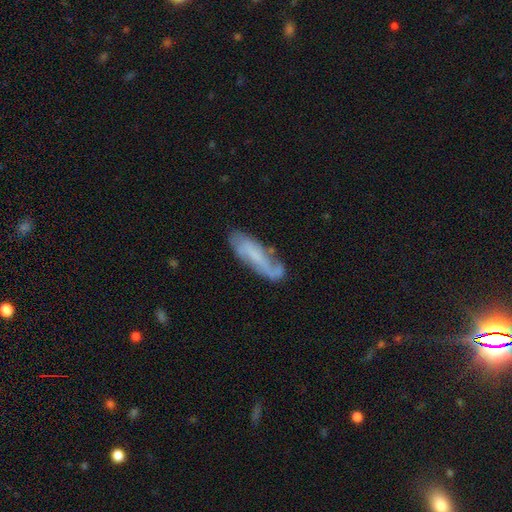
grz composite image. It shows a featured or disk galaxy (60%) with a weak bar (50%), 2 (50%) loose (67%) spiral arms (90%) and no central bulge (45%). Merging: none (69%).